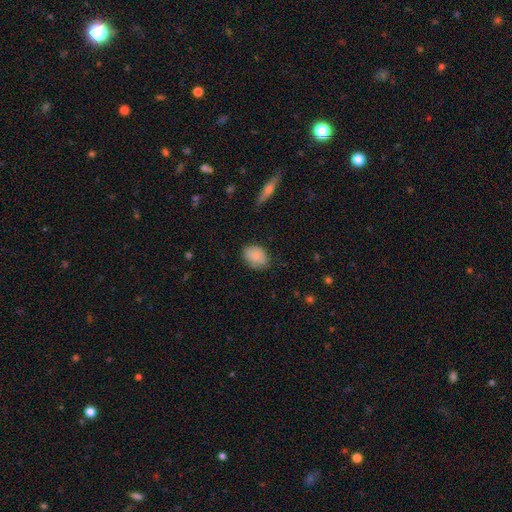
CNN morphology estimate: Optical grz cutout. It shows a smooth galaxy with no disk features (80%) that is in between round and cigar-shaped (70%). Merging: none (68%).